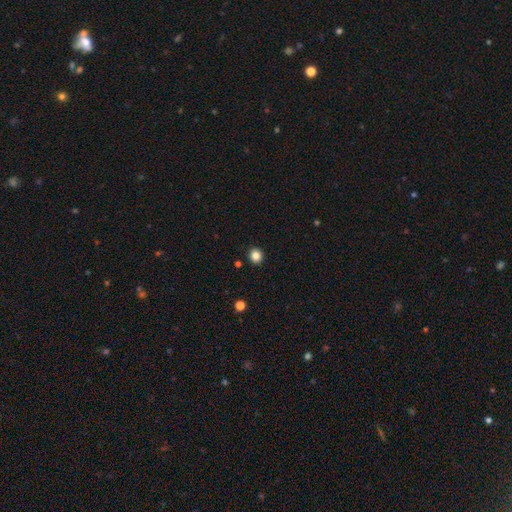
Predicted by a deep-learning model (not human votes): This is clearly a smooth galaxy (84%). How rounded: clearly round (88%). Merging: clearly none (92%).